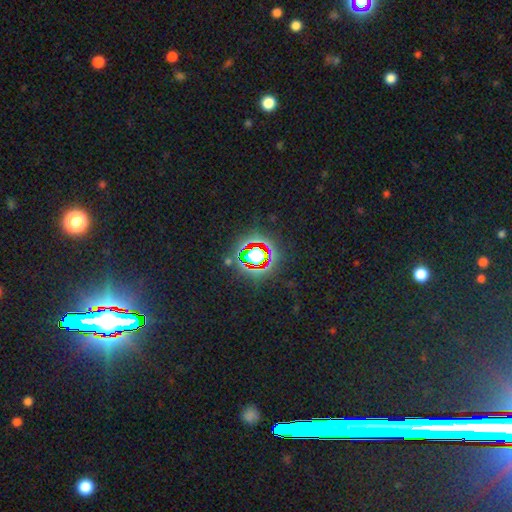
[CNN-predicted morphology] star or artifact 75%, smooth 15%, featured or disk 10%.